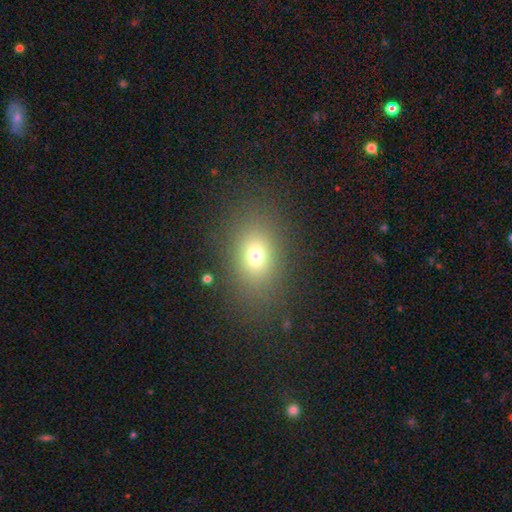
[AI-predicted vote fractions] Q: Smooth or featured?
A: smooth (71%); runner-up: star or artifact (16%)
Q: How rounded?
A: in between (69%); runner-up: round (29%)
Q: Merging?
A: none (82%); runner-up: minor disturbance (10%)